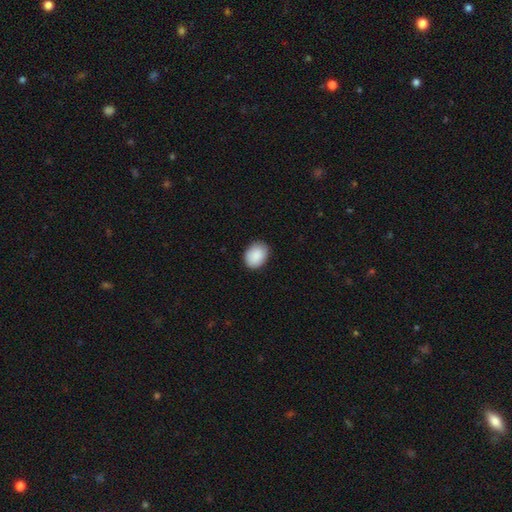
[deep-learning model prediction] A smooth galaxy with no disk features (90%) that is in between round and cigar-shaped (62%).

Vote fractions:
- Smooth or featured? smooth: 90% / star or artifact: 7% / featured or disk: 4%
- How rounded? in between: 62% / round: 37% / cigar-shaped: 1%
- Merging? none: 85% / minor disturbance: 12% / major disturbance: 2% / merger: 1%